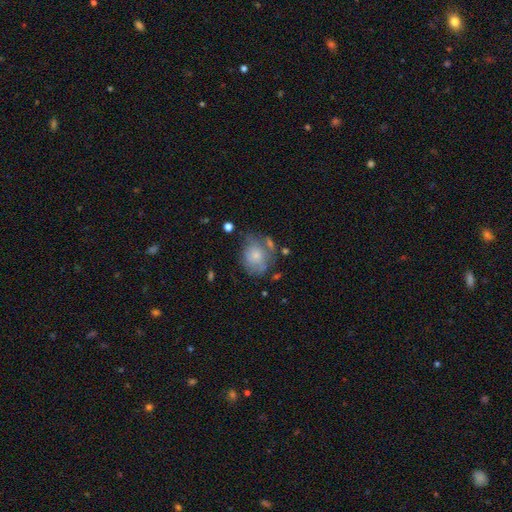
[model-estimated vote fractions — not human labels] This appears to be a smooth galaxy with no disk features (66%) that is round (62%). Merging: none (45%).